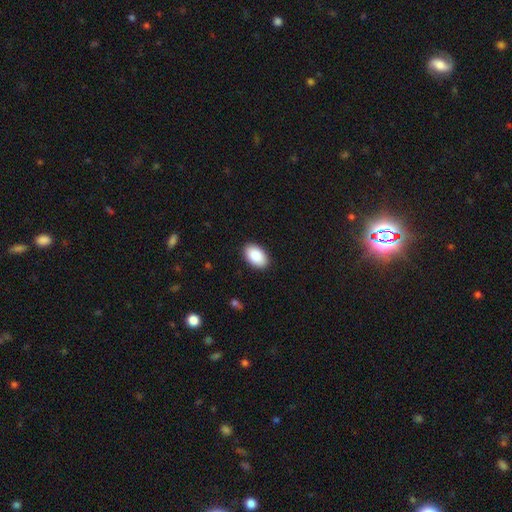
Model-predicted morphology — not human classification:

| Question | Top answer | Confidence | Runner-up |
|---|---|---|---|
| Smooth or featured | smooth | 89% | star or artifact (6%) |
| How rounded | in between | 94% | round (5%) |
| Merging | none | 90% | minor disturbance (7%) |